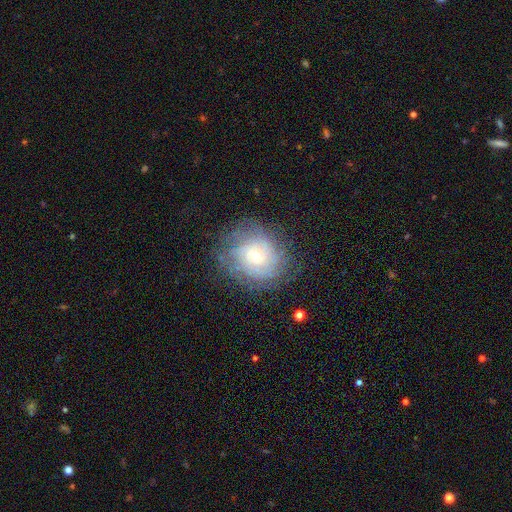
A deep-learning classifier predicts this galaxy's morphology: Smooth or featured? featured or disk (62%)
Edge-on disk? no (96%)
Bar? no (74%)
Spiral arms? yes (80%)
Bulge size? small (56%)
Merging? none (74%)